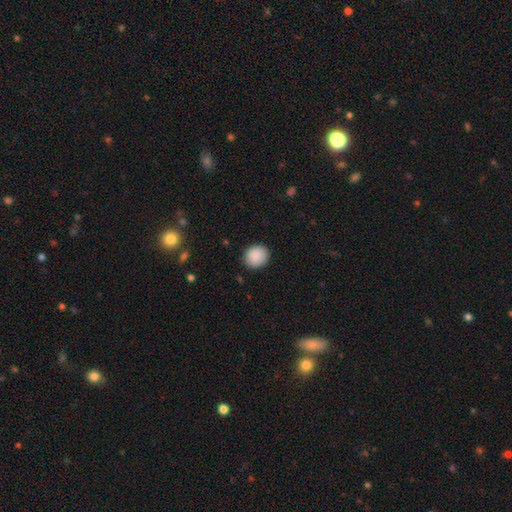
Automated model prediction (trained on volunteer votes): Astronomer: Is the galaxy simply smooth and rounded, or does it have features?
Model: smooth — 90%.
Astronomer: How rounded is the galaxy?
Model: round — 81%.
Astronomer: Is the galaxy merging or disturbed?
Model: none — 88%.